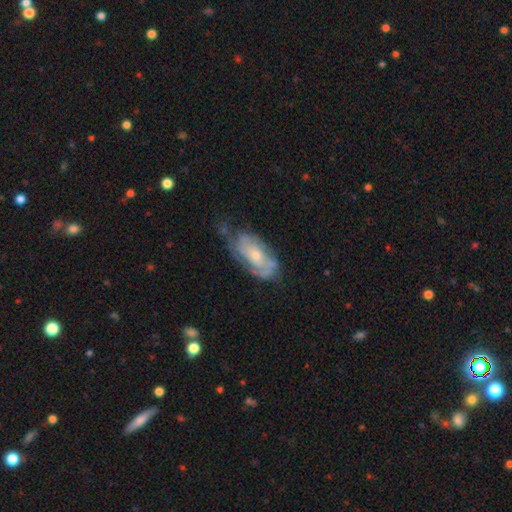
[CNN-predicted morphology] A featured or disk galaxy (75%) with no bar (73%), 2 (40%) tight (57%) spiral arms (87%) and a small central bulge (57%).

Vote fractions:
- Smooth or featured? featured or disk: 75% / smooth: 19% / star or artifact: 6%
- Edge-on disk? no: 94% / yes: 6%
- Bar? no: 73% / weak: 23% / strong: 4%
- Spiral arms? yes: 87% / no: 13%
- Spiral winding? tight: 57% / medium: 32% / loose: 11%
- Spiral arm count? 2: 40% / can't tell: 39% / 3: 10% / 1: 6% / 4: 3% / more than 4: 3%
- Bulge size? small: 57% / moderate: 37% / none: 3% / large: 2% / dominant: 1%
- Merging? none: 53% / minor disturbance: 29% / major disturbance: 15% / merger: 3%